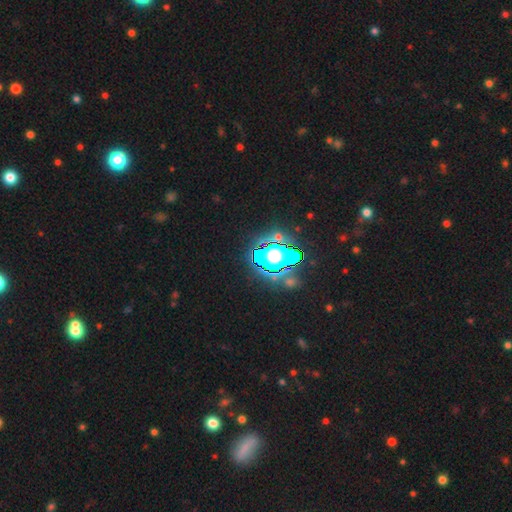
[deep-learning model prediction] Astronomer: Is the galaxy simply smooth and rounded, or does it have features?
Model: star or artifact — 82%.